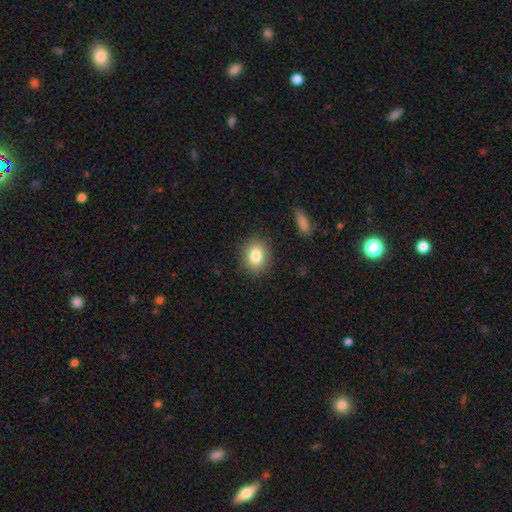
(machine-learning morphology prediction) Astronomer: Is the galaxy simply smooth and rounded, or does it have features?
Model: smooth — 81%.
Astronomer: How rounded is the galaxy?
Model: round — 56% (runner-up: in between, 43%).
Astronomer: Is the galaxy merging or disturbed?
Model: none — 87%.